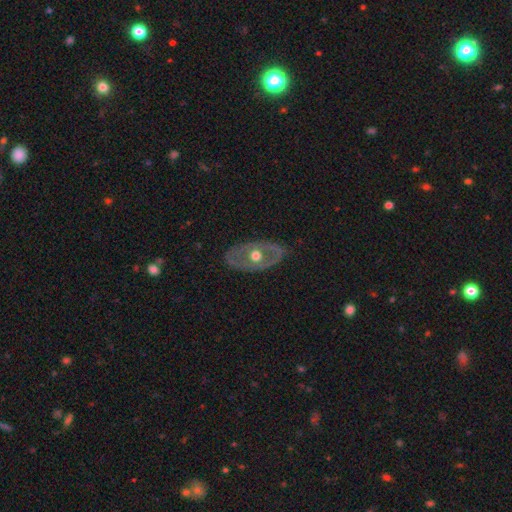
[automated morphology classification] The model was most divided on "smooth or featured": featured or disk: 68%, smooth: 27%, star or artifact: 5%. More confident: bar — no (89%); edge-on disk — no (89%); bulge size — moderate (80%); merging — none (79%); spiral arms — no (78%).